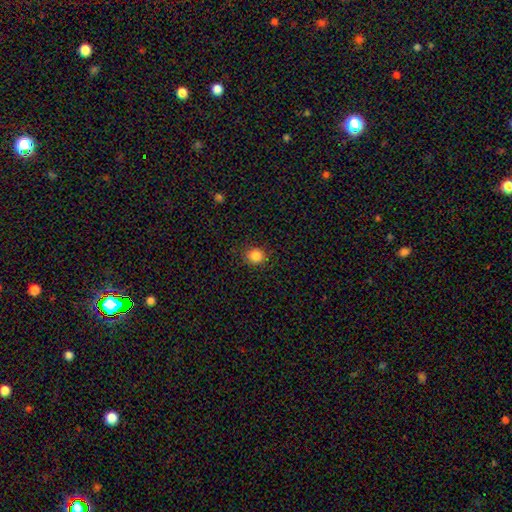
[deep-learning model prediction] Smooth or featured?
  - smooth: 86% *
  - star or artifact: 11%
  - featured or disk: 4%
How rounded?
  - round: 82% *
  - in between: 17%
  - cigar-shaped: 1%
Merging?
  - none: 89% *
  - minor disturbance: 8%
  - major disturbance: 3%
  - merger: 1%